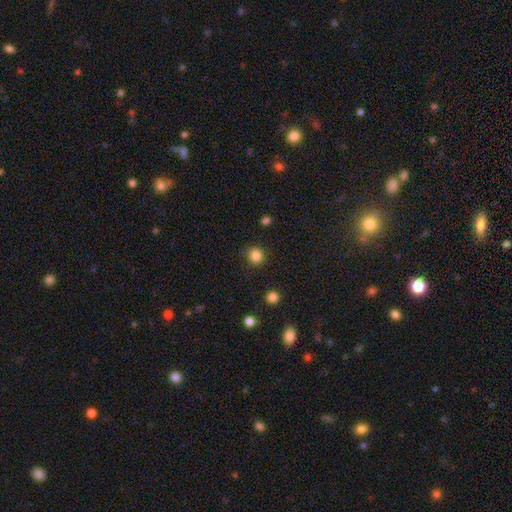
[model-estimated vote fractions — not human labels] Smooth or featured? Predicted: smooth (p=0.85). How rounded? Predicted: round (p=0.92). Merging? Predicted: none (p=0.88).